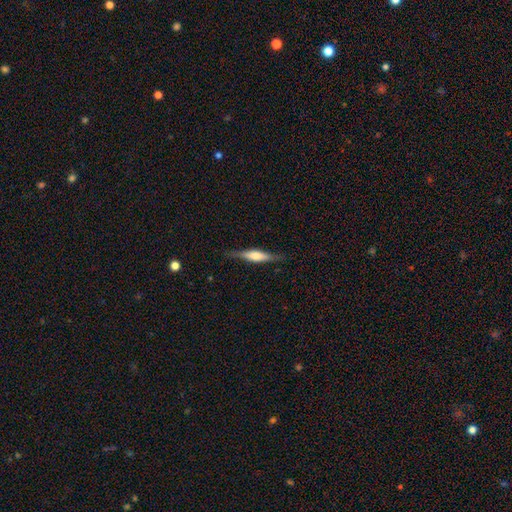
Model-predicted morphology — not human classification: Smooth or featured?
  - featured or disk: 52% *
  - smooth: 43%
  - star or artifact: 6%
Edge-on disk?
  - yes: 93% *
  - no: 7%
Merging?
  - none: 82% *
  - minor disturbance: 14%
  - major disturbance: 3%
  - merger: 1%